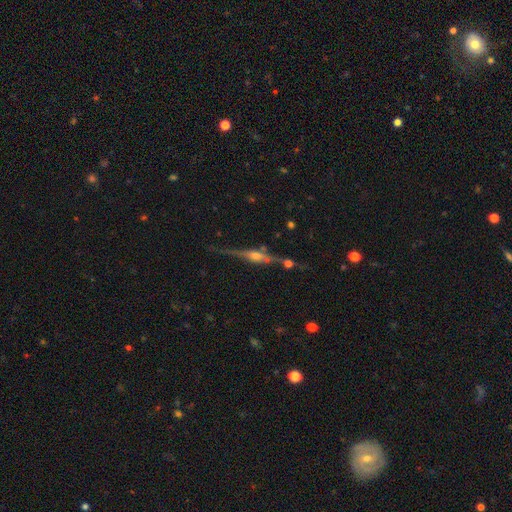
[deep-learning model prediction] This is clearly a featured or disk galaxy (82%). It is clearly viewed edge-on (96%). Edge-on bulge: clearly rounded (84%). Merging: likely none (77%).